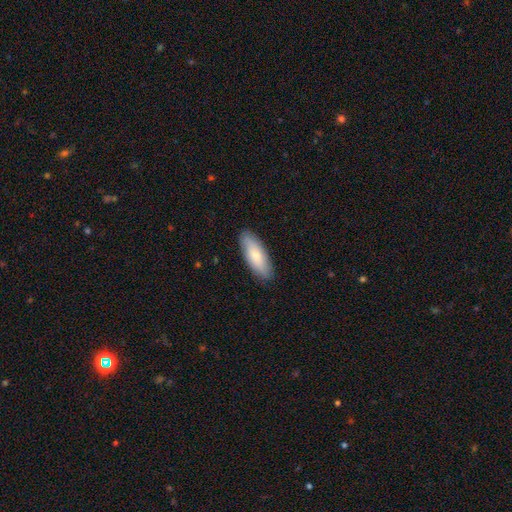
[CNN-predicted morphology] type=smooth (75%); roundness=in between (70%); merging=none (88%).